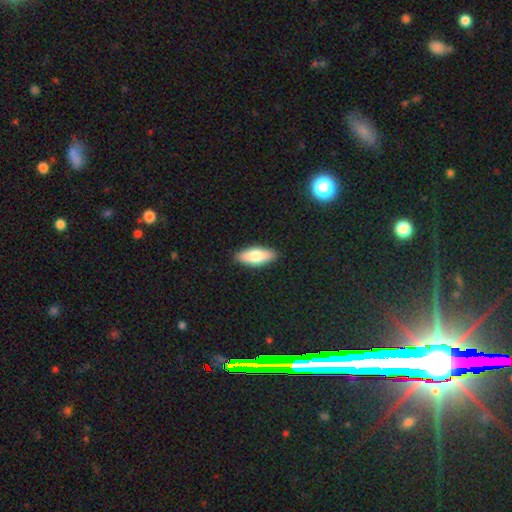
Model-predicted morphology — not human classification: This appears to be a smooth galaxy with no disk features (71%) that is in between round and cigar-shaped (72%). Merging: none (89%).